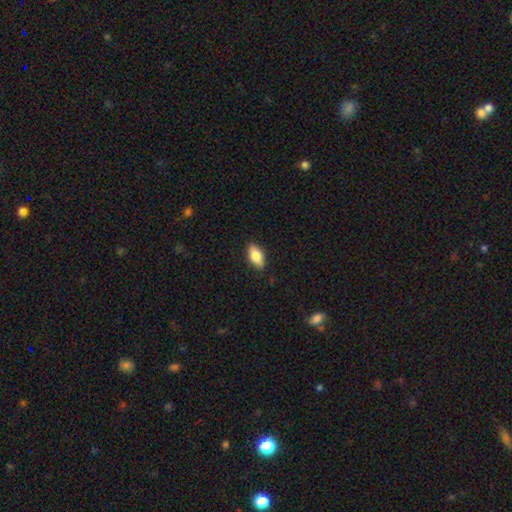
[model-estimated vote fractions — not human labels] Smooth or featured: smooth — 74% (featured or disk — 19%)
How rounded: in between — 87% (cigar-shaped — 9%)
Merging: none — 87% (minor disturbance — 10%)